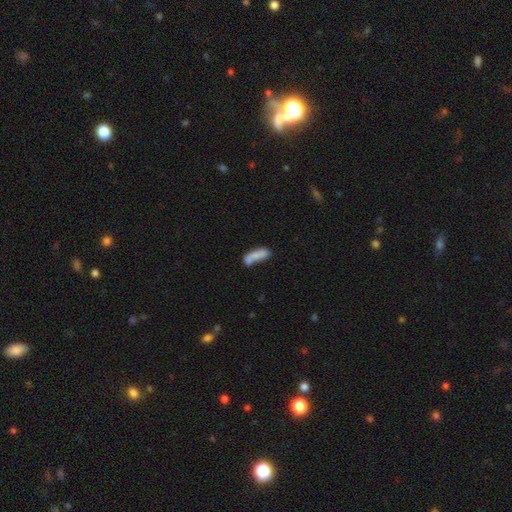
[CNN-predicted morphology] Smooth or featured? smooth (75%)
How rounded? in between (56%)
Merging? none (39%)